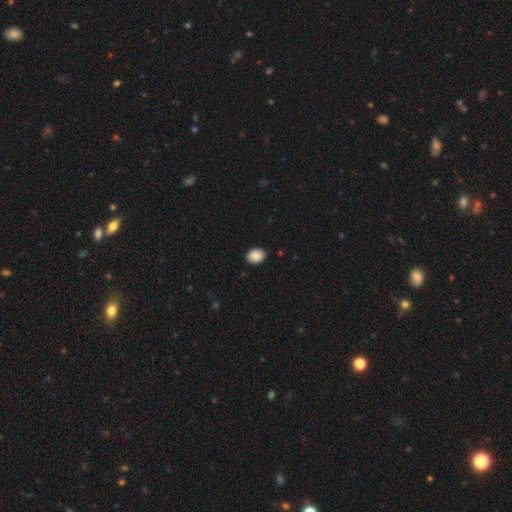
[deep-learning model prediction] Q: Smooth or featured?
A: smooth (89%); runner-up: star or artifact (8%)
Q: How rounded?
A: in between (59%); runner-up: round (40%)
Q: Merging?
A: none (90%); runner-up: minor disturbance (7%)